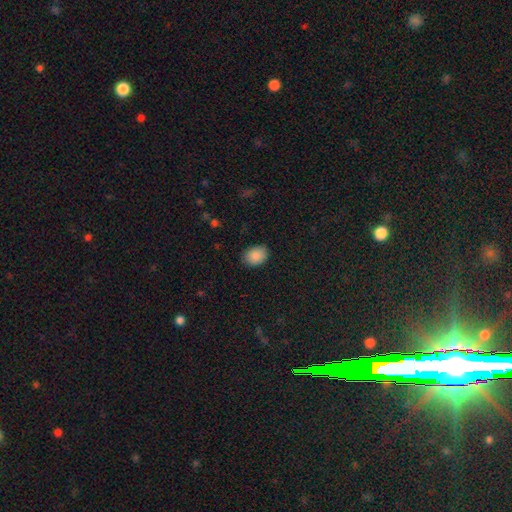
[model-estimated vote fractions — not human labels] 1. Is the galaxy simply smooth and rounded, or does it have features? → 88% smooth, 8% star or artifact, 4% featured or disk.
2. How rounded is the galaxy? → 70% in between, 29% round, 1% cigar-shaped.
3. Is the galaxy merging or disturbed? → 86% none, 11% minor disturbance, 2% major disturbance, 1% merger.